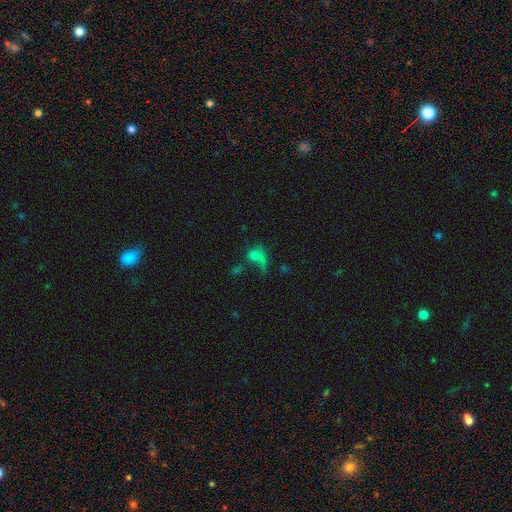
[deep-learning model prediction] smooth 60%, star or artifact 20%, featured or disk 20%. Down the decision tree: how rounded — in between (52%); merging — major disturbance (36%).